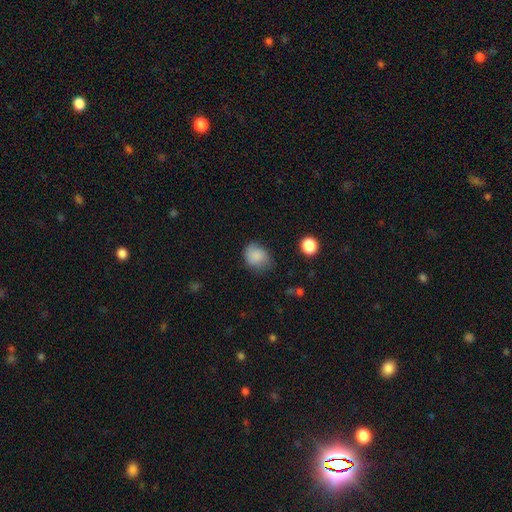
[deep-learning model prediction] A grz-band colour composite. It shows a smooth galaxy with no disk features (83%) that is round (61%). Merging: none (62%).